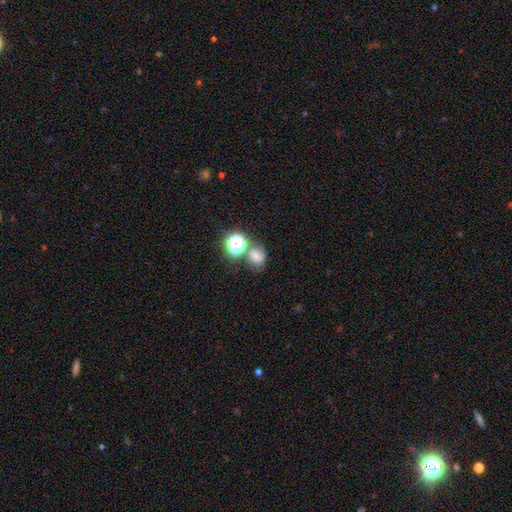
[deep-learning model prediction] smooth-or-featured: smooth: 62% | star or artifact: 22% | featured or disk: 15%
  how-rounded: round: 52% | in between: 46% | cigar-shaped: 1%
  merging: none: 48% | merger: 27% | minor disturbance: 16% | major disturbance: 9%